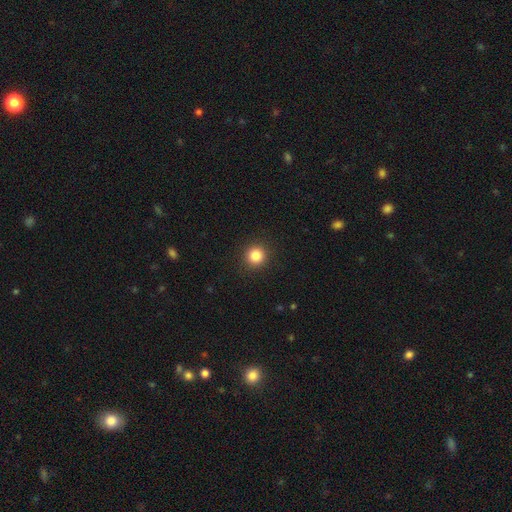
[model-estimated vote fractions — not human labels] A smooth galaxy with no disk features (85%) that is round (95%).

Vote fractions:
- Smooth or featured? smooth: 85% / star or artifact: 11% / featured or disk: 4%
- How rounded? round: 95% / in between: 5% / cigar-shaped: 1%
- Merging? none: 92% / minor disturbance: 5% / major disturbance: 2% / merger: 1%